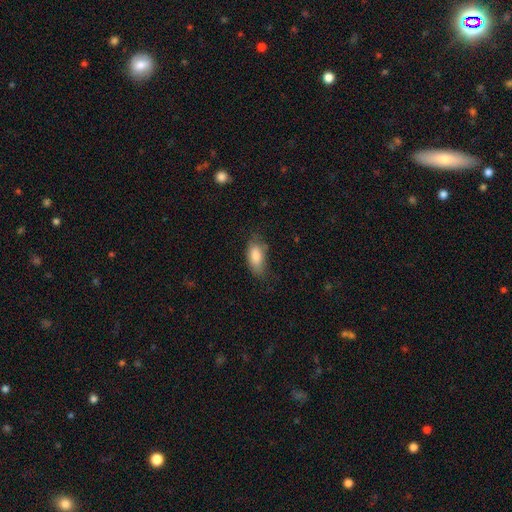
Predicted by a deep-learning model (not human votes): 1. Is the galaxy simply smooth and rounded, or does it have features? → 84% smooth, 9% featured or disk, 7% star or artifact.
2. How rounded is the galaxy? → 89% in between, 9% cigar-shaped, 3% round.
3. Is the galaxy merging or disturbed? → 62% none, 28% minor disturbance, 8% major disturbance, 2% merger.